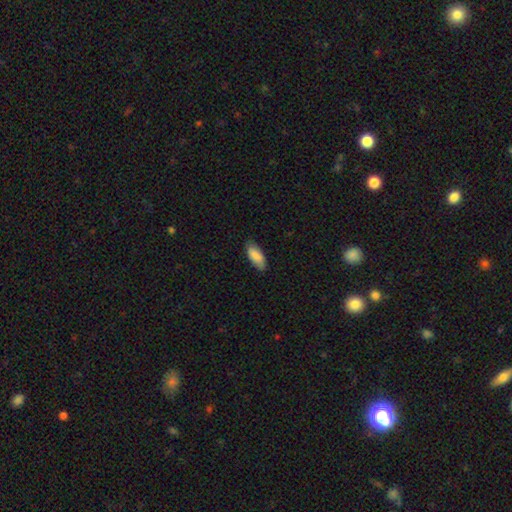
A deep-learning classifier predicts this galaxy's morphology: smooth_or_featured: smooth (p=0.86) [alt: featured or disk p=0.08]
how_rounded: in between (p=0.83) [alt: cigar-shaped p=0.15]
merging: none (p=0.83) [alt: minor disturbance p=0.14]